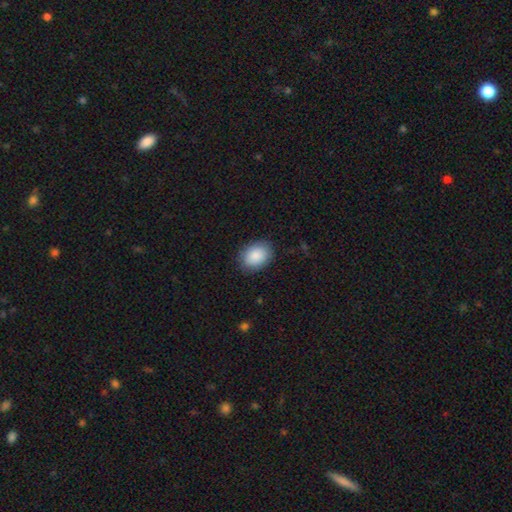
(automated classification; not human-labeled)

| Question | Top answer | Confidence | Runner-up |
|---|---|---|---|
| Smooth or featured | smooth | 89% | star or artifact (6%) |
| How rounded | in between | 70% | round (29%) |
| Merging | none | 86% | minor disturbance (10%) |